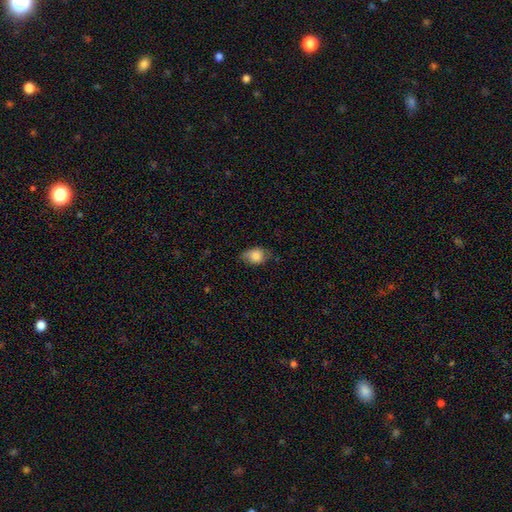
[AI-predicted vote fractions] The model was most divided on "merging": none: 60%, minor disturbance: 31%, major disturbance: 8%, merger: 1%. More confident: smooth or featured — smooth (80%); how rounded — in between (74%).